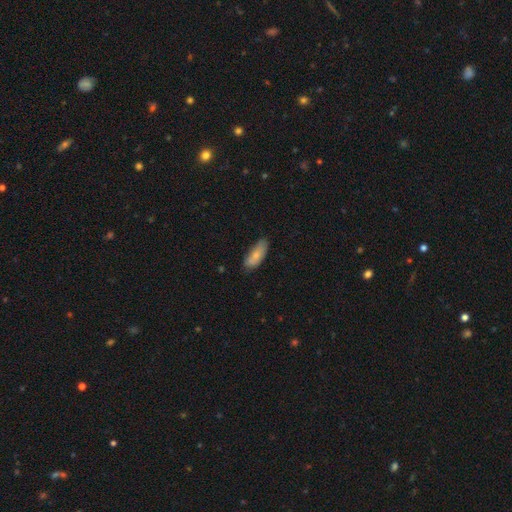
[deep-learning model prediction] Overall: smooth (76%). How rounded: in between (81%). Merging: none (65%; minor disturbance 28%).